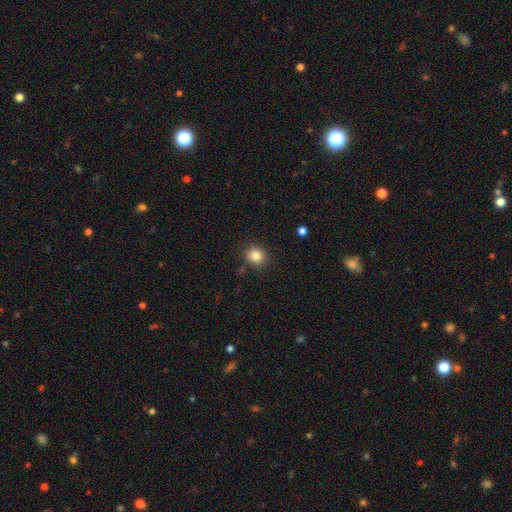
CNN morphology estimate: Smooth or featured? smooth (84%)
How rounded? round (78%)
Merging? none (87%)